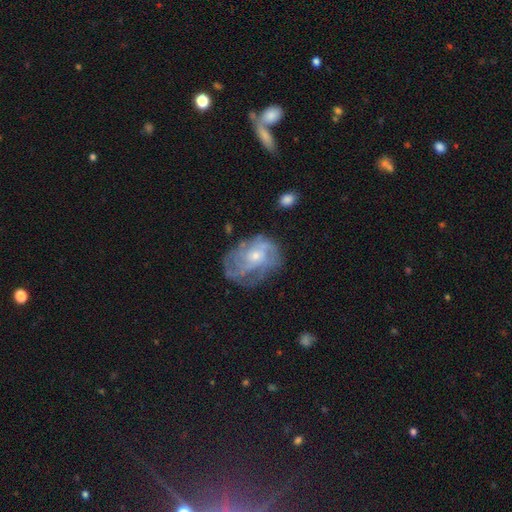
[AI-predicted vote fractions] Q: Smooth or featured?
A: featured or disk (73%); runner-up: smooth (19%)
Q: Edge-on disk?
A: no (97%); runner-up: yes (3%)
Q: Bar?
A: no (76%); runner-up: weak (21%)
Q: Spiral arms?
A: yes (77%); runner-up: no (23%)
Q: Spiral winding?
A: tight (43%); runner-up: medium (38%)
Q: Spiral arm count?
A: can't tell (47%); runner-up: 3 (15%)
Q: Bulge size?
A: small (61%); runner-up: moderate (33%)
Q: Merging?
A: none (55%); runner-up: minor disturbance (23%)